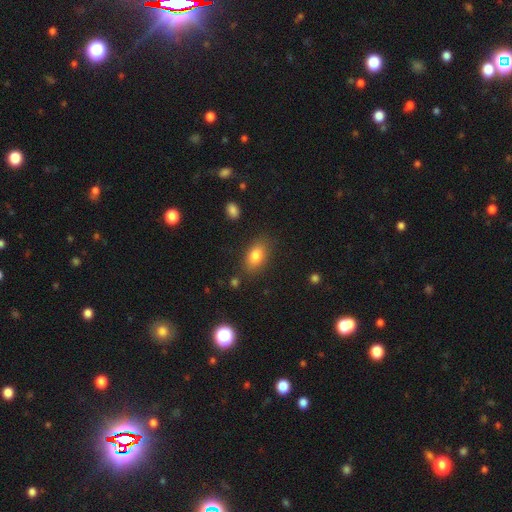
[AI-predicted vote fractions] A smooth galaxy with no disk features (79%) that is in between round and cigar-shaped (86%). Merging: none (82%).